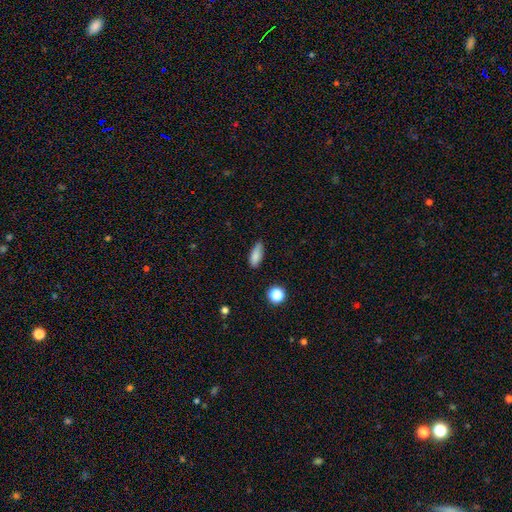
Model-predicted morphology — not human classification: The model was most divided on "how rounded": in between: 70%, cigar-shaped: 27%, round: 4%. More confident: smooth or featured — smooth (84%); merging — none (78%).